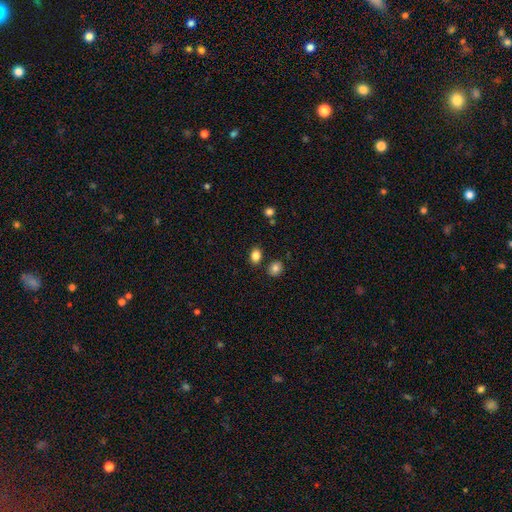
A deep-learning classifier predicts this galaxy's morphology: This is clearly a smooth galaxy (84%). How rounded: likely in between (64%). Merging: likely none (79%).